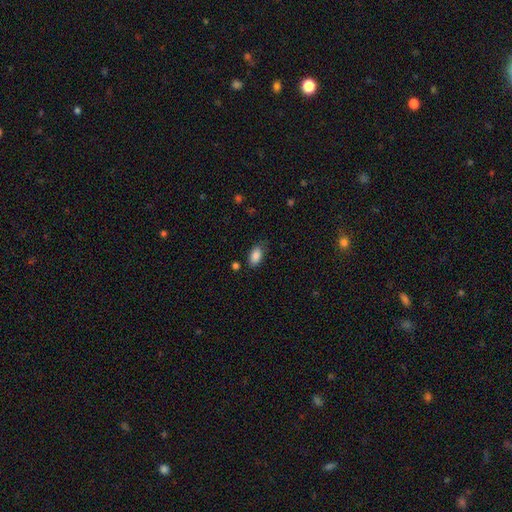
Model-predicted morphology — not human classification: type=smooth (88%); roundness=in between (92%); merging=none (78%).